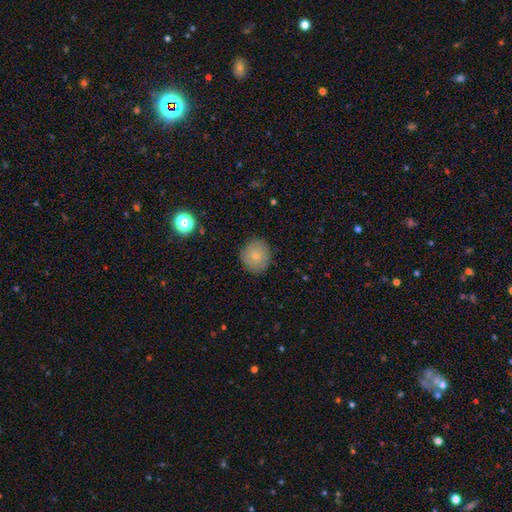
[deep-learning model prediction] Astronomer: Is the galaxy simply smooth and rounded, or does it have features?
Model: smooth — 74%.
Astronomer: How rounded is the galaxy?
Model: round — 83%.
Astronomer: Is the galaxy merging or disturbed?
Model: none — 85%.